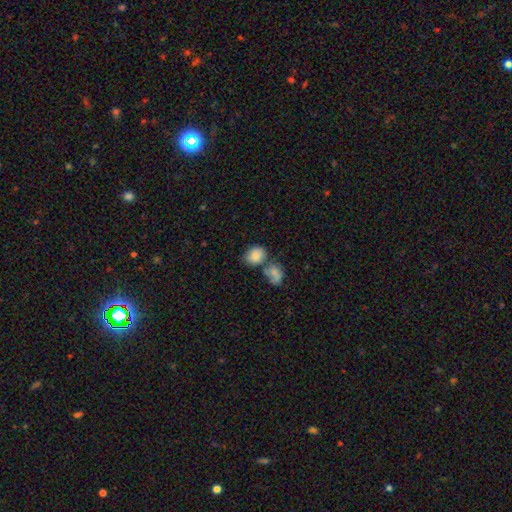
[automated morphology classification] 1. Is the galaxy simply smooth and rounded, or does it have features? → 84% smooth, 8% featured or disk, 8% star or artifact.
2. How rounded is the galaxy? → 50% round, 49% in between, 1% cigar-shaped.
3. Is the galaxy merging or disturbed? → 48% none, 34% merger, 13% minor disturbance, 5% major disturbance.